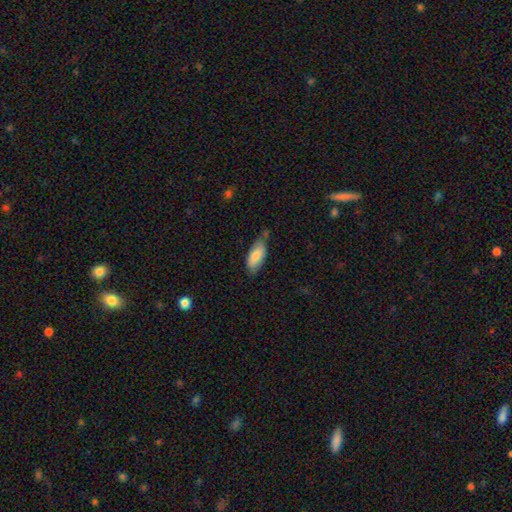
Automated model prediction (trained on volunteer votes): Morphology: type=smooth (81%); roundness=in between (84%); merging=none (60%).